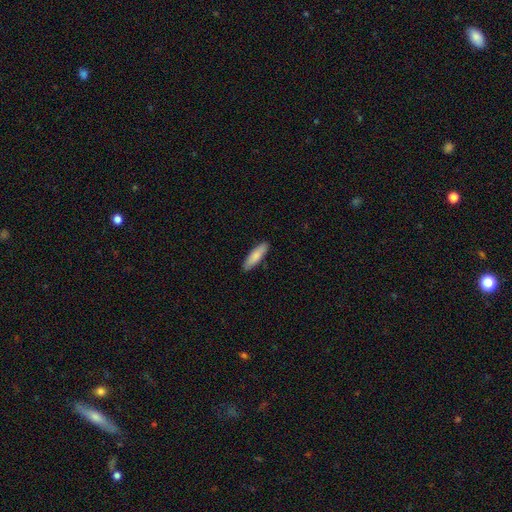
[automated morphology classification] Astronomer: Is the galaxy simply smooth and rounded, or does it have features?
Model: smooth — 82%.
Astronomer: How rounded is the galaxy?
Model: cigar-shaped — 58% (runner-up: in between, 41%).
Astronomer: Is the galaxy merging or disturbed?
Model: none — 88%.